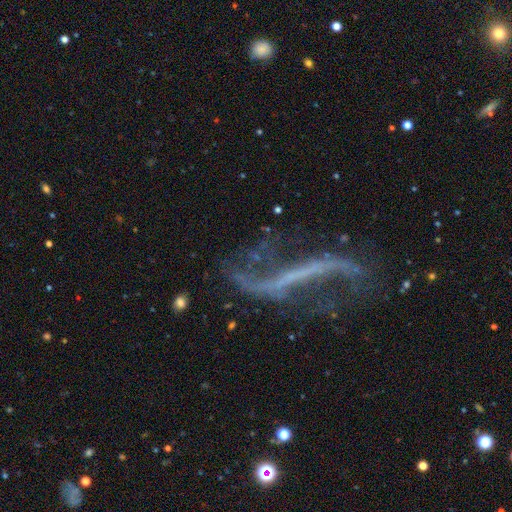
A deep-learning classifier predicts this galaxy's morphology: This is clearly a featured or disk galaxy (84%). It is clearly not viewed edge-on (84%). Bar: possibly strong (58%). Spiral arm pattern: clearly yes (82%). Spiral arm count: clearly 2 (89%). Spiral winding: clearly loose (93%). Central bulge: likely none (66%). Merging: possibly none (54%).